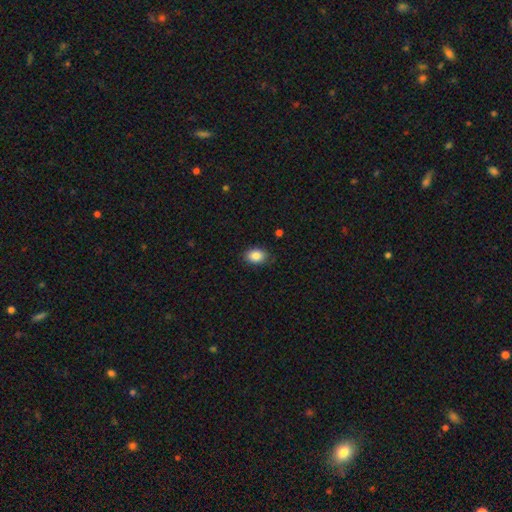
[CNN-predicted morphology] The model was most divided on "how rounded": in between: 82%, round: 17%, cigar-shaped: 1%. More confident: smooth or featured — smooth (87%); merging — none (83%).